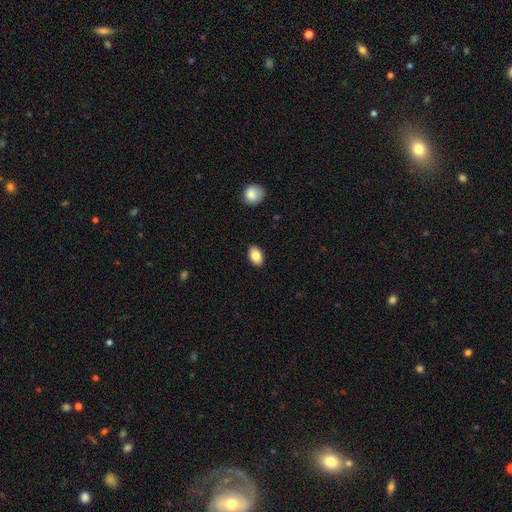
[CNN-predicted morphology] This appears to be a smooth galaxy with no disk features (85%) that is in between round and cigar-shaped (89%). Merging: none (89%).